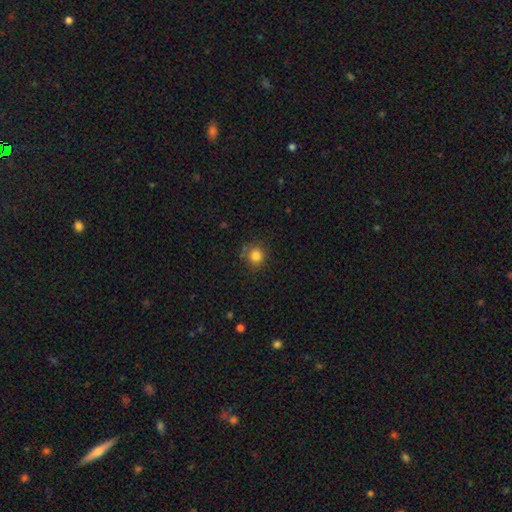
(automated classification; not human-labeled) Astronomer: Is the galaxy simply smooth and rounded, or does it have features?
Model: smooth — 83%.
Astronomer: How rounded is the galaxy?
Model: round — 88%.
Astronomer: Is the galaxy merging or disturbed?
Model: none — 79%.